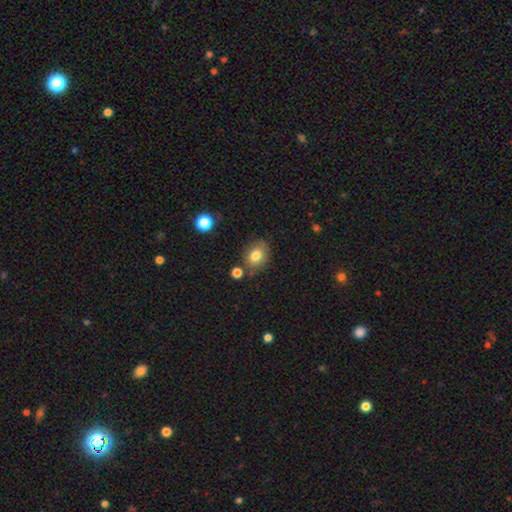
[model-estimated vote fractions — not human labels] A smooth galaxy with no disk features (79%) that is in between round and cigar-shaped (54%).

Vote fractions:
- Smooth or featured? smooth: 79% / featured or disk: 11% / star or artifact: 10%
- How rounded? in between: 54% / round: 45% / cigar-shaped: 1%
- Merging? none: 73% / minor disturbance: 15% / merger: 7% / major disturbance: 4%